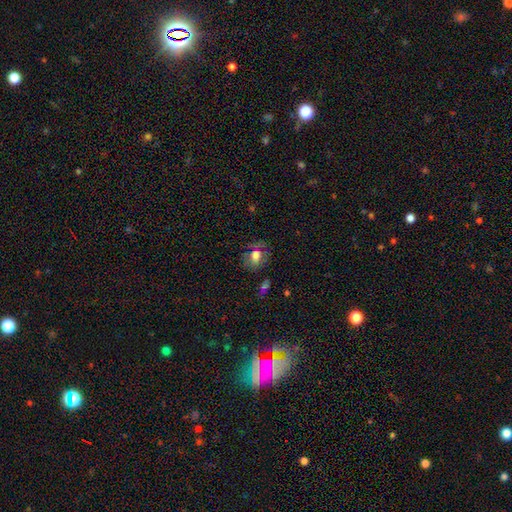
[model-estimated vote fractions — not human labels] Smooth or featured?
  - smooth: 62% *
  - featured or disk: 22%
  - star or artifact: 15%
How rounded?
  - in between: 53% *
  - round: 45%
  - cigar-shaped: 2%
Merging?
  - none: 70% *
  - minor disturbance: 18%
  - major disturbance: 8%
  - merger: 3%